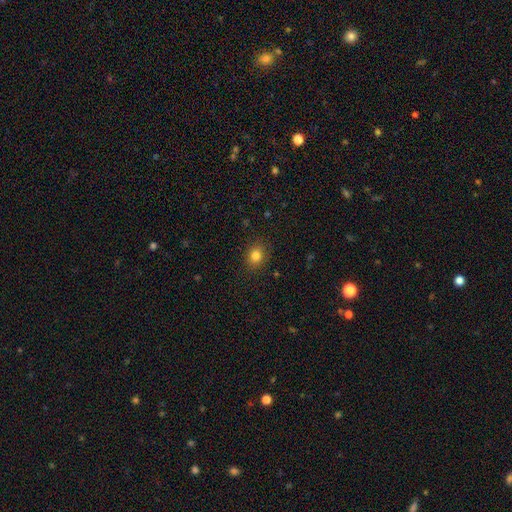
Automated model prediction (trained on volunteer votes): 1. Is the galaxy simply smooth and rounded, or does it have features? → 81% smooth, 12% star or artifact, 7% featured or disk.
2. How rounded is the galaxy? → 61% round, 38% in between, 1% cigar-shaped.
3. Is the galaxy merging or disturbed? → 88% none, 9% minor disturbance, 3% major disturbance, 1% merger.